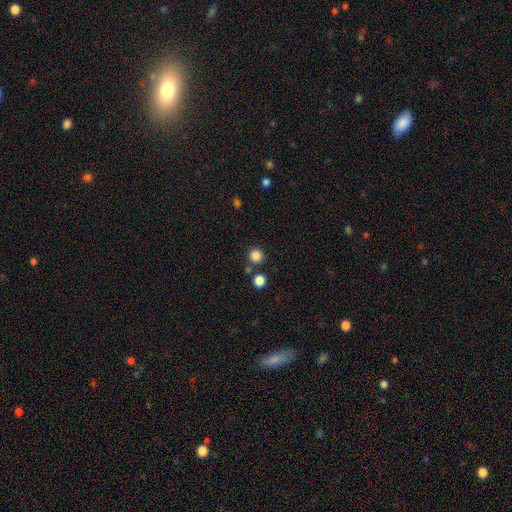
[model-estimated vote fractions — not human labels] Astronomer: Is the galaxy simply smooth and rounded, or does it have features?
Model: smooth — 85%.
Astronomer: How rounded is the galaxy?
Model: round — 94%.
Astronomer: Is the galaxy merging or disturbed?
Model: none — 83%.